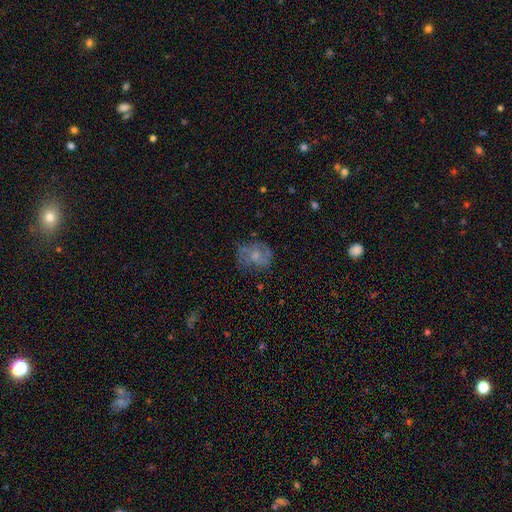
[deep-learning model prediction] smooth_or_featured: featured or disk (p=0.48) [alt: smooth p=0.42]
merging: none (p=0.59) [alt: minor disturbance p=0.23]